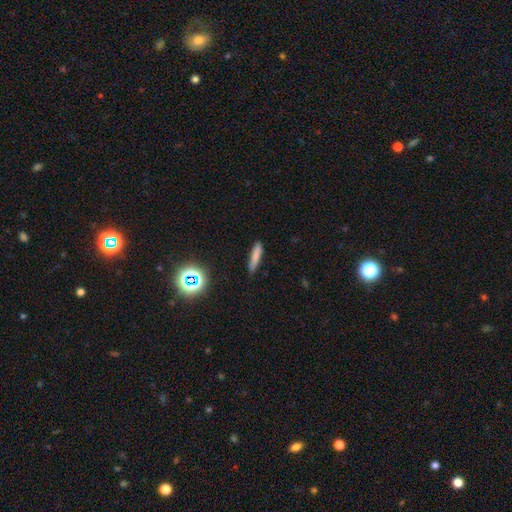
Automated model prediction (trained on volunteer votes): Smooth or featured? smooth (77%)
How rounded? cigar-shaped (84%)
Merging? none (81%)